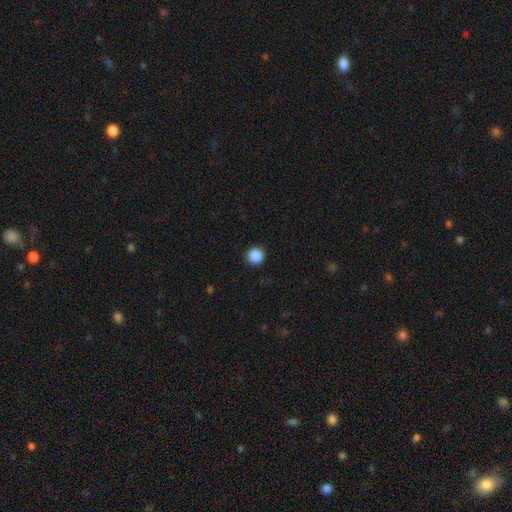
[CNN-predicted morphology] smooth 88%, star or artifact 9%, featured or disk 2%. Down the decision tree: how rounded — round (95%); merging — none (92%).